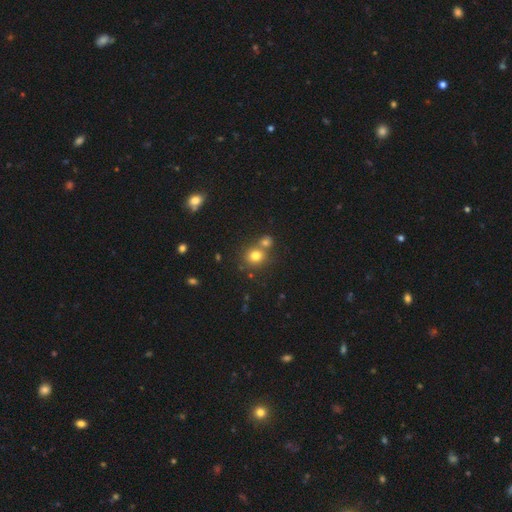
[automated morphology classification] smooth-or-featured: smooth: 77% | star or artifact: 14% | featured or disk: 9%
  how-rounded: round: 81% | in between: 18% | cigar-shaped: 1%
  merging: none: 55% | merger: 33% | minor disturbance: 8% | major disturbance: 3%